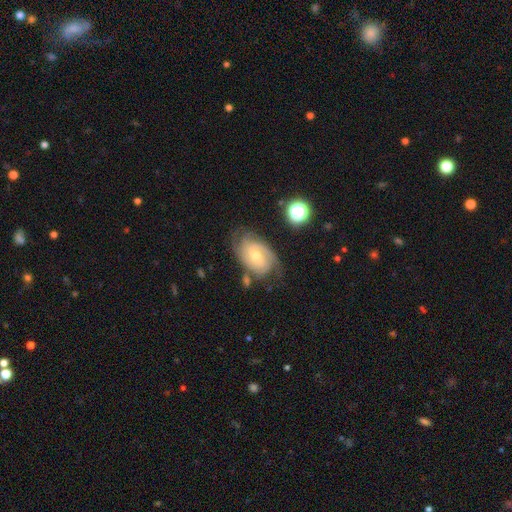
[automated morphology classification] A featured or disk galaxy (83%) with no bar (59%), 2 (32%) tight (66%) spiral arms (96%) and a moderate central bulge (53%).

Vote fractions:
- Smooth or featured? featured or disk: 83% / smooth: 9% / star or artifact: 7%
- Edge-on disk? no: 97% / yes: 3%
- Bar? no: 59% / weak: 33% / strong: 8%
- Spiral arms? yes: 96% / no: 4%
- Spiral winding? tight: 66% / medium: 28% / loose: 6%
- Spiral arm count? 2: 32% / 3: 29% / can't tell: 22% / 4: 8% / 1: 4% / more than 4: 4%
- Bulge size? moderate: 53% / small: 44% / large: 2% / none: 1% / dominant: 1%
- Merging? none: 70% / minor disturbance: 19% / major disturbance: 7% / merger: 4%